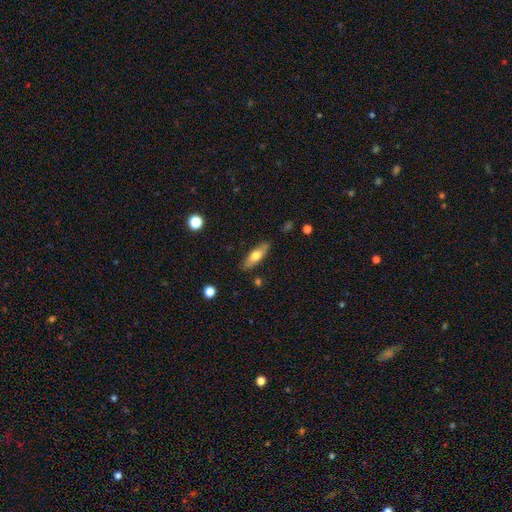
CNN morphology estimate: Smooth or featured?
  - smooth: 57% *
  - featured or disk: 36%
  - star or artifact: 6%
How rounded?
  - in between: 50% *
  - cigar-shaped: 47%
  - round: 3%
Merging?
  - none: 85% *
  - minor disturbance: 11%
  - major disturbance: 2%
  - merger: 2%